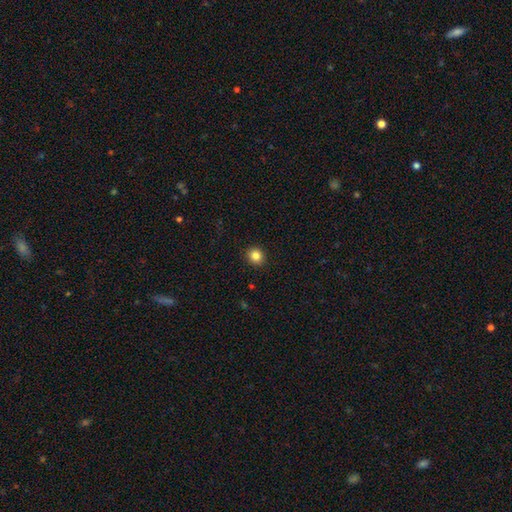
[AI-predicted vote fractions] smooth-or-featured: smooth: 84% | star or artifact: 11% | featured or disk: 5%
  how-rounded: round: 87% | in between: 13% | cigar-shaped: 1%
  merging: none: 92% | minor disturbance: 5% | major disturbance: 2% | merger: 1%